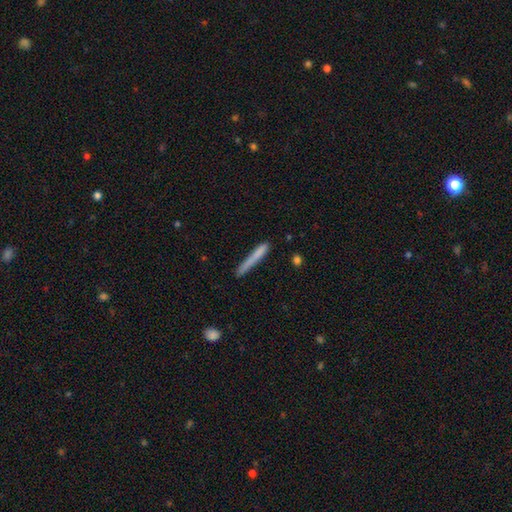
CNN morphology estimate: A smooth galaxy with no disk features (75%) that is cigar-shaped (96%). Merging: none (78%).